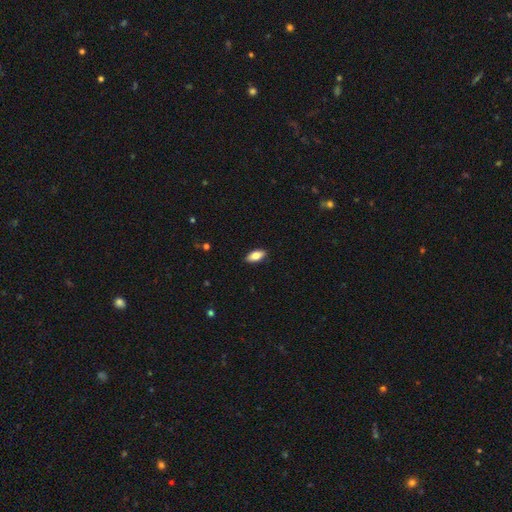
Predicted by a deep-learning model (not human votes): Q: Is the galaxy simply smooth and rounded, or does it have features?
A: smooth — 79%.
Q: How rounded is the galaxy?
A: in between — 87%.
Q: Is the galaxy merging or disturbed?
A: none — 89%.